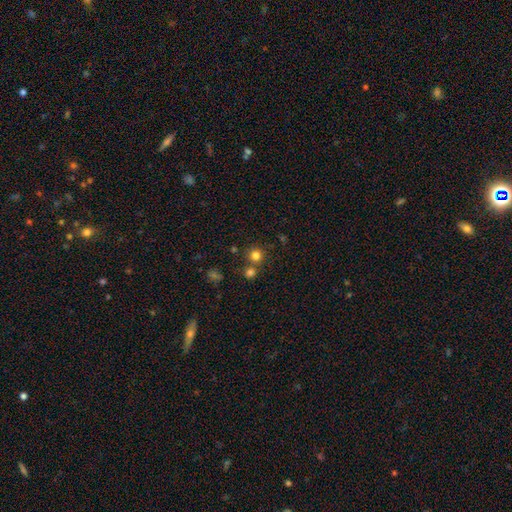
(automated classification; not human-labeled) Q: Smooth or featured?
A: smooth (78%); runner-up: star or artifact (16%)
Q: How rounded?
A: round (93%); runner-up: in between (6%)
Q: Merging?
A: none (71%); runner-up: merger (20%)